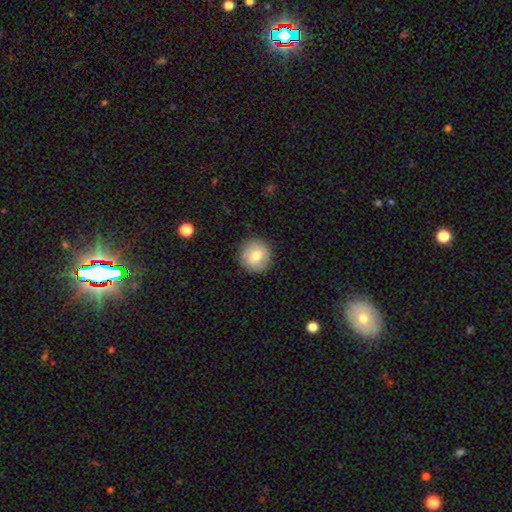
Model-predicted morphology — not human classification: The model was most divided on "smooth or featured": smooth: 75%, featured or disk: 16%, star or artifact: 9%. More confident: how rounded — round (95%); merging — none (90%).